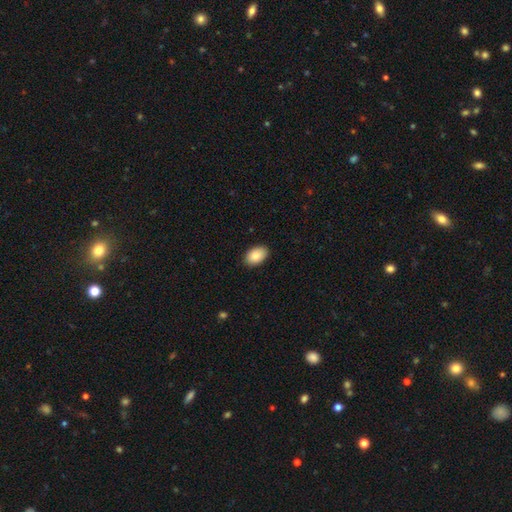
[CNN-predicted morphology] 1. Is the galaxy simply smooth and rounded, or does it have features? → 85% smooth, 8% featured or disk, 7% star or artifact.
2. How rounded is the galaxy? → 89% in between, 10% round, 1% cigar-shaped.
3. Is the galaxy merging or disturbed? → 89% none, 8% minor disturbance, 2% major disturbance, 1% merger.